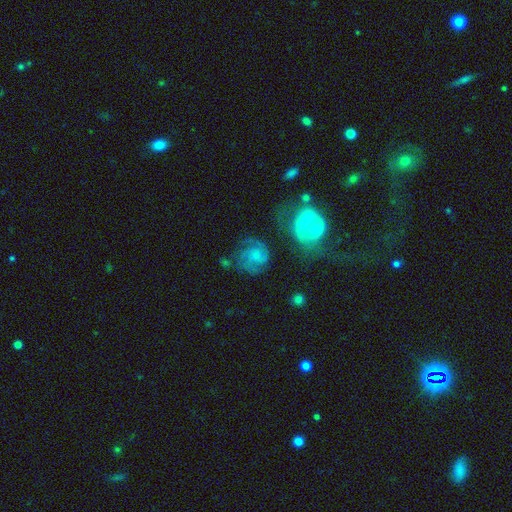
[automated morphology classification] A featured or disk galaxy (71%) with no bar (68%), 3 (34%) medium (44%, tied with tight) spiral arms (93%) and a small central bulge (60%). Merging: none (55%).